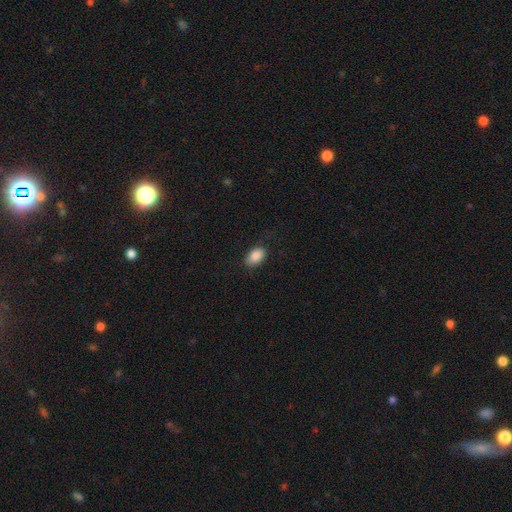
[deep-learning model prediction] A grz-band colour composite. It shows a smooth galaxy with no disk features (88%) that is in between round and cigar-shaped (91%). Merging: none (80%).